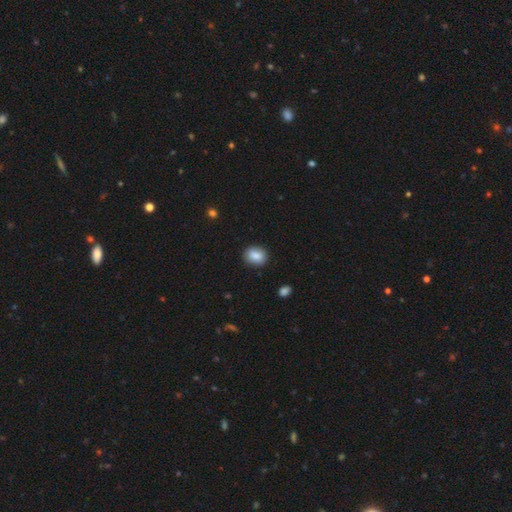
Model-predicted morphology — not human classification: A smooth galaxy with no disk features (86%) that is round (53%). Merging: none (87%).